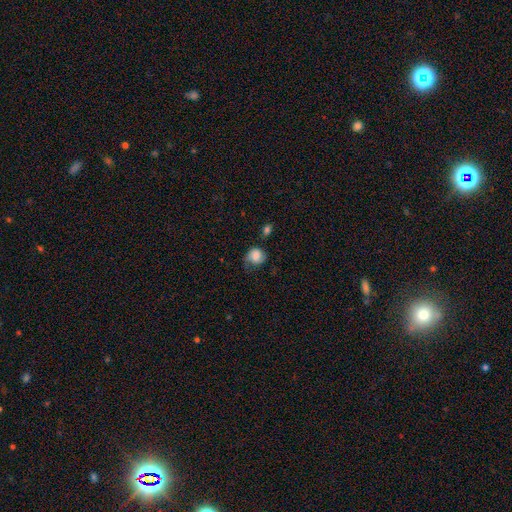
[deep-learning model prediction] Q: Smooth or featured?
A: smooth (69%); runner-up: featured or disk (22%)
Q: How rounded?
A: round (68%); runner-up: in between (31%)
Q: Merging?
A: none (45%); runner-up: minor disturbance (34%)